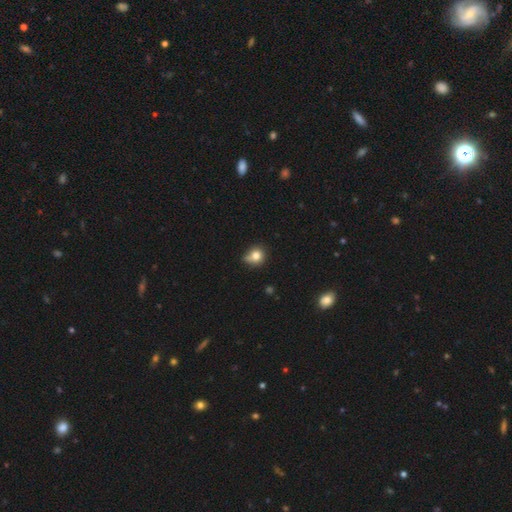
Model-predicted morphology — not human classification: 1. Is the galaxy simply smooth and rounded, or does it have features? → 79% smooth, 11% star or artifact, 9% featured or disk.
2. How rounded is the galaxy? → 78% round, 21% in between, 1% cigar-shaped.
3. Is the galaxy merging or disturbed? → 52% none, 30% minor disturbance, 9% merger, 8% major disturbance.